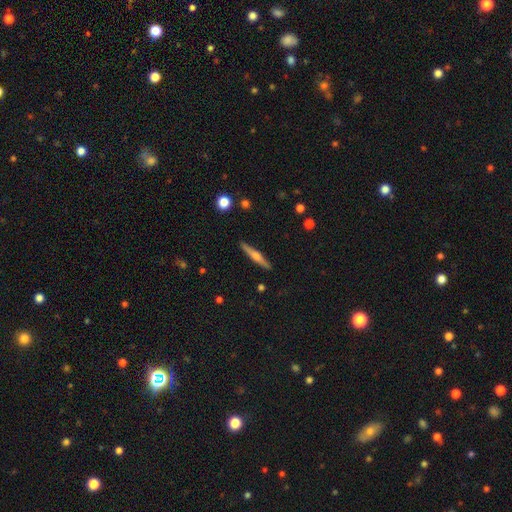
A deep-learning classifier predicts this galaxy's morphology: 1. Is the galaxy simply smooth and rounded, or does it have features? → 62% featured or disk, 31% smooth, 7% star or artifact.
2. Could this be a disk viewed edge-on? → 97% yes, 3% no.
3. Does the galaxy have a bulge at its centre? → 78% rounded, 12% none, 10% boxy.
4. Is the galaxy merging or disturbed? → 91% none, 7% minor disturbance, 1% major disturbance, 1% merger.